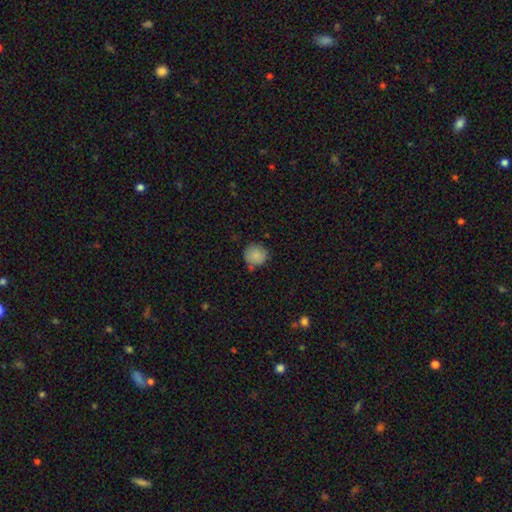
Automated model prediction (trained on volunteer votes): Morphology: type=smooth (86%); roundness=round (88%); merging=none (68%).